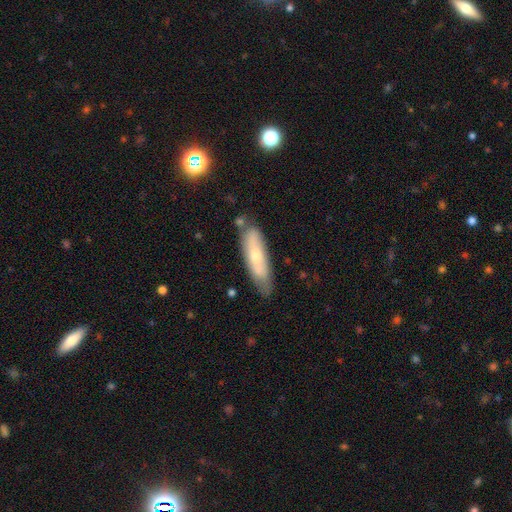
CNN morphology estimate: A smooth galaxy with no disk features (53%) that is cigar-shaped (61%). Merging: none (68%).